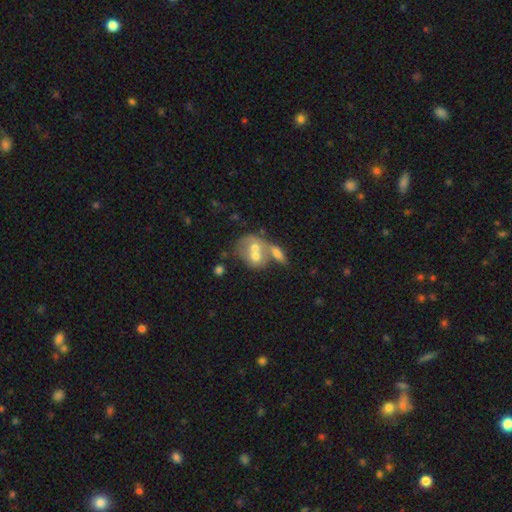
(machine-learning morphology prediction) A smooth galaxy with no disk features (49%). Merging: merger (69%).